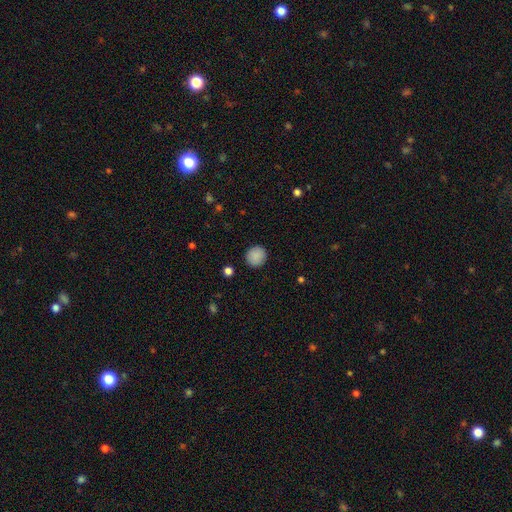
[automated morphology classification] Q: Smooth or featured?
A: smooth (88%); runner-up: star or artifact (8%)
Q: How rounded?
A: round (87%); runner-up: in between (12%)
Q: Merging?
A: none (90%); runner-up: minor disturbance (7%)